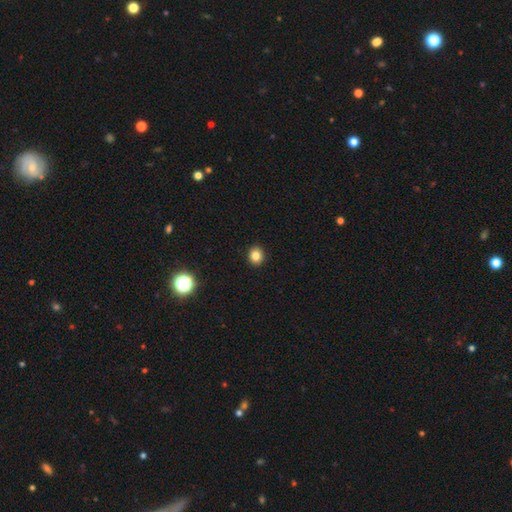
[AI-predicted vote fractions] smooth 82%, star or artifact 12%, featured or disk 6%. Down the decision tree: how rounded — round (77%); merging — none (92%).